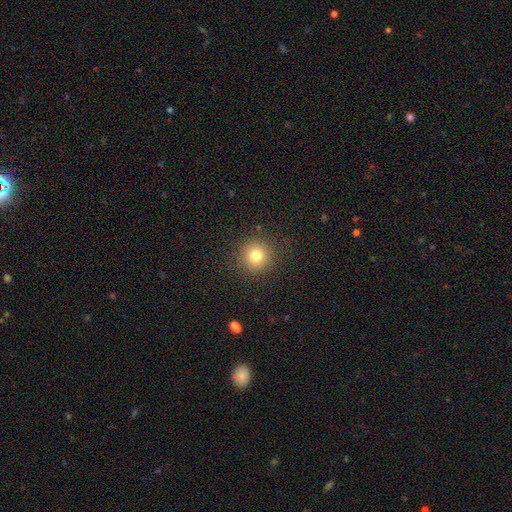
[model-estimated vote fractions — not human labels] Q: Smooth or featured?
A: smooth (79%); runner-up: star or artifact (13%)
Q: How rounded?
A: round (94%); runner-up: in between (5%)
Q: Merging?
A: none (90%); runner-up: minor disturbance (6%)